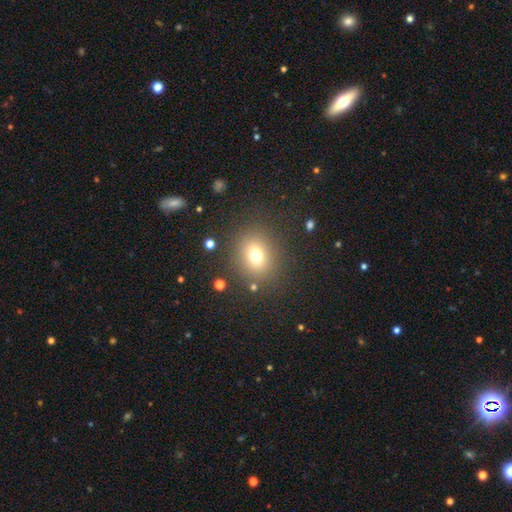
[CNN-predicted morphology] Smooth or featured? Predicted: smooth (p=0.73). How rounded? Predicted: round (p=0.73). Merging? Predicted: none (p=0.85).